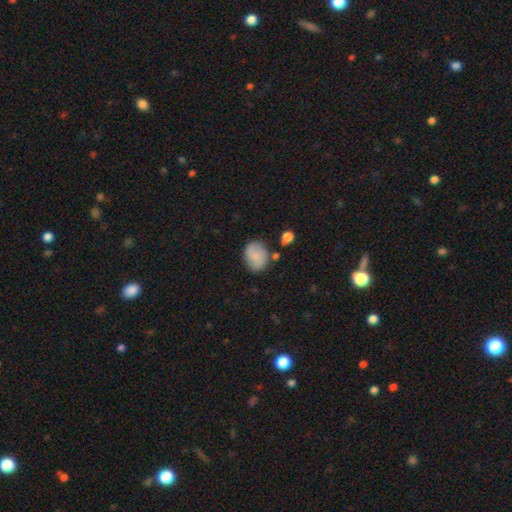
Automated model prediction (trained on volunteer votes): A smooth galaxy with no disk features (63%) that is round (55%).

Vote fractions:
- Smooth or featured? smooth: 63% / featured or disk: 28% / star or artifact: 9%
- How rounded? round: 55% / in between: 44% / cigar-shaped: 1%
- Merging? none: 69% / minor disturbance: 19% / merger: 6% / major disturbance: 6%